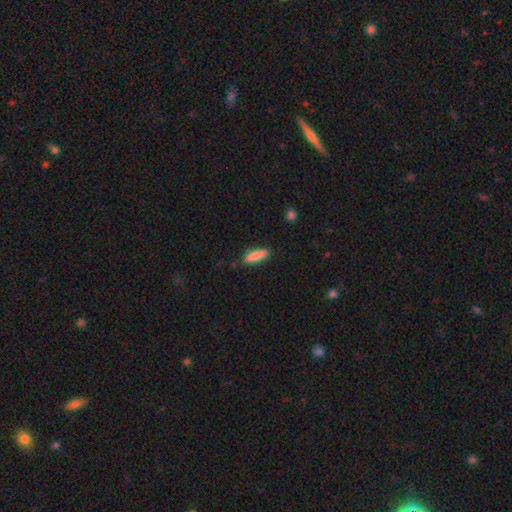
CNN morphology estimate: smooth_or_featured: smooth (p=0.86) [alt: featured or disk p=0.07]
how_rounded: cigar-shaped (p=0.60) [alt: in between p=0.38]
merging: none (p=0.84) [alt: minor disturbance p=0.12]